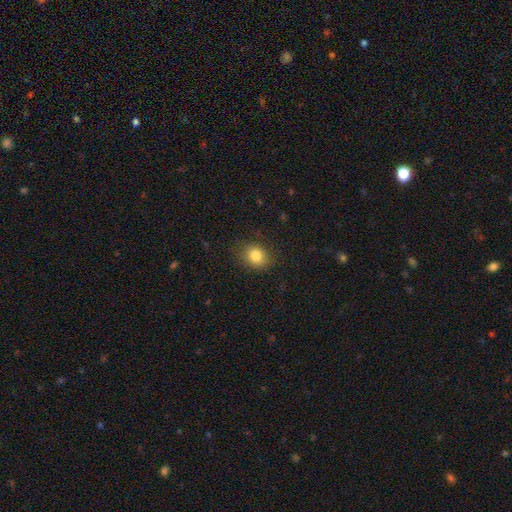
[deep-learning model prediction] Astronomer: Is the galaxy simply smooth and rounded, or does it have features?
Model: smooth — 83%.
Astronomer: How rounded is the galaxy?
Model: round — 63%.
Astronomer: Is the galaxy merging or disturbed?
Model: none — 85%.